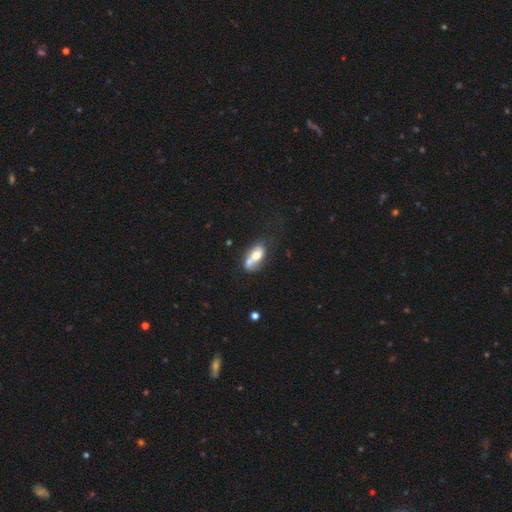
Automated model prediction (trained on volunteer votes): A smooth galaxy with no disk features (59%) that is in between round and cigar-shaped (84%). Merging: merger (43%).